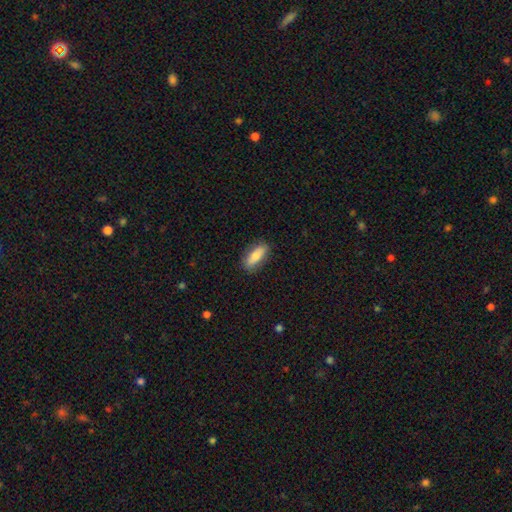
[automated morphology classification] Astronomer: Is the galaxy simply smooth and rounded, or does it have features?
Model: smooth — 77%.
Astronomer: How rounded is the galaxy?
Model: in between — 69%.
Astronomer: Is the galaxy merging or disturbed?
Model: none — 85%.